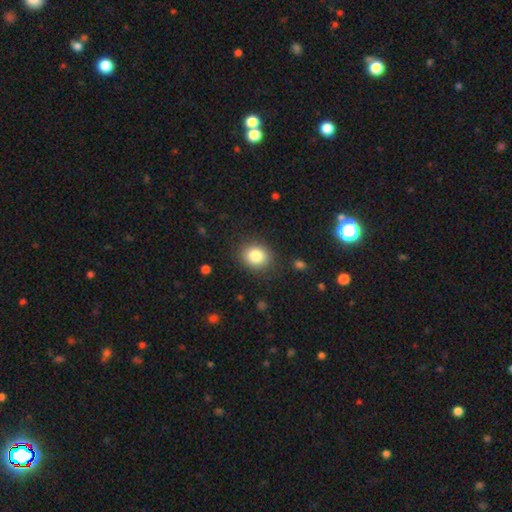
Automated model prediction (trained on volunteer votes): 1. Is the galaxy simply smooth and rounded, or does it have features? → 84% smooth, 10% star or artifact, 7% featured or disk.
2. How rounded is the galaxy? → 66% round, 33% in between, 1% cigar-shaped.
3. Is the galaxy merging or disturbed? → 86% none, 10% minor disturbance, 3% major disturbance, 1% merger.